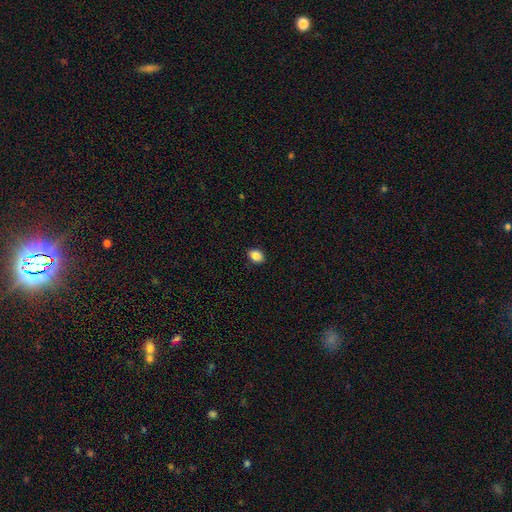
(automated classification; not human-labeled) smooth 87%, star or artifact 9%, featured or disk 4%. Down the decision tree: how rounded — in between (68%); merging — none (90%).